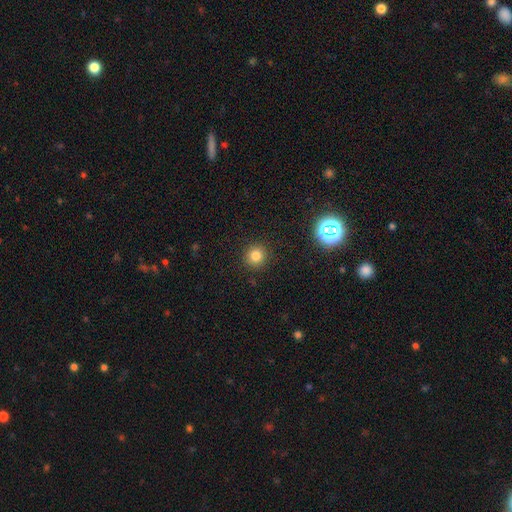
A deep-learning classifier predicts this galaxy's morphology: Q: Smooth or featured?
A: smooth (80%); runner-up: star or artifact (14%)
Q: How rounded?
A: round (92%); runner-up: in between (7%)
Q: Merging?
A: none (90%); runner-up: minor disturbance (6%)